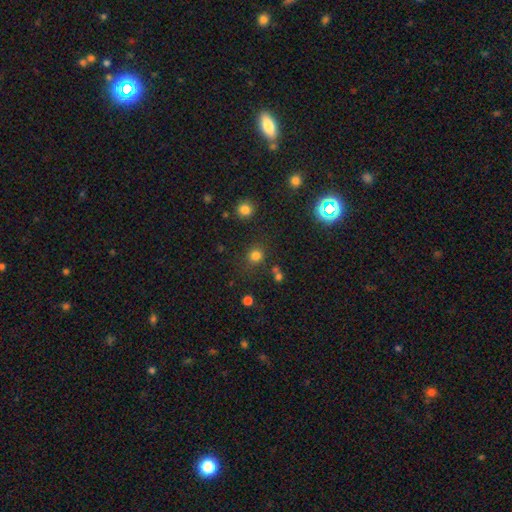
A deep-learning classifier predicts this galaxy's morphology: Smooth or featured?
  - smooth: 77% *
  - star or artifact: 18%
  - featured or disk: 5%
How rounded?
  - round: 86% *
  - in between: 13%
  - cigar-shaped: 1%
Merging?
  - none: 80% *
  - minor disturbance: 10%
  - merger: 6%
  - major disturbance: 4%